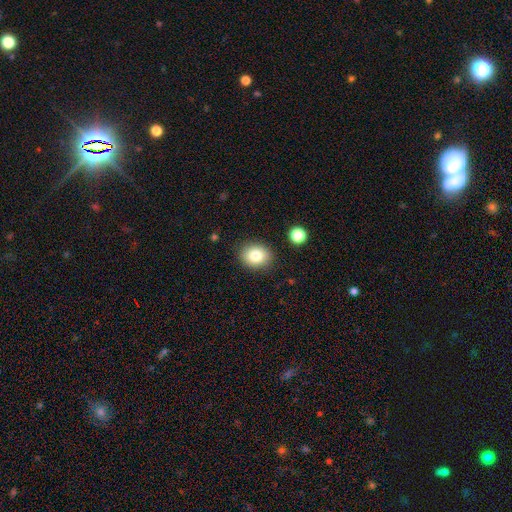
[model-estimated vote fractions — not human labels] smooth 81%, star or artifact 10%, featured or disk 9%. Down the decision tree: how rounded — round (54%); merging — none (87%).